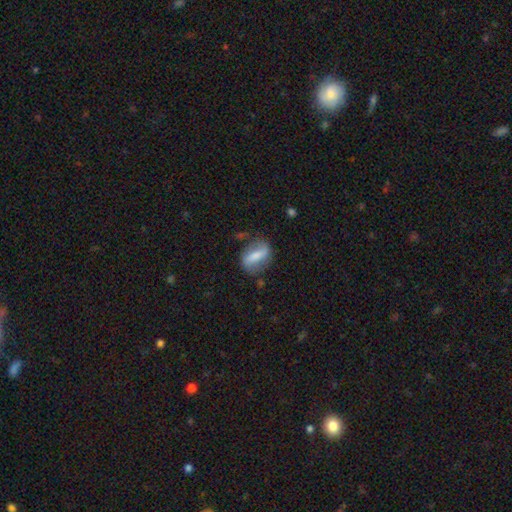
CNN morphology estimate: A featured or disk galaxy (47%).

Vote fractions:
- Smooth or featured? featured or disk: 47% / smooth: 46% / star or artifact: 7%
- Merging? none: 69% / minor disturbance: 19% / major disturbance: 9% / merger: 3%